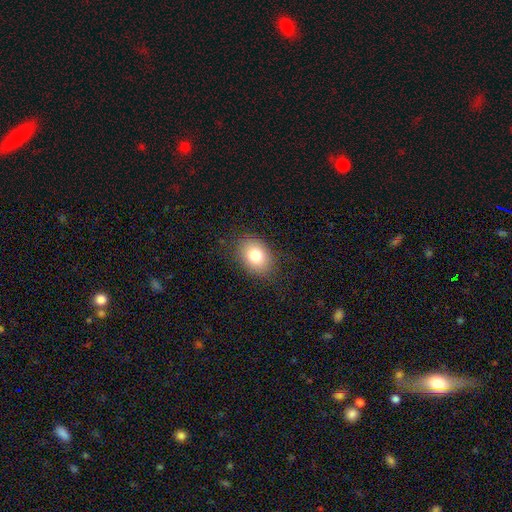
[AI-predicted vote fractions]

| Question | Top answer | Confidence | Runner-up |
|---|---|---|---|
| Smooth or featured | smooth | 80% | featured or disk (11%) |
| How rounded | in between | 69% | round (30%) |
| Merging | none | 85% | minor disturbance (11%) |